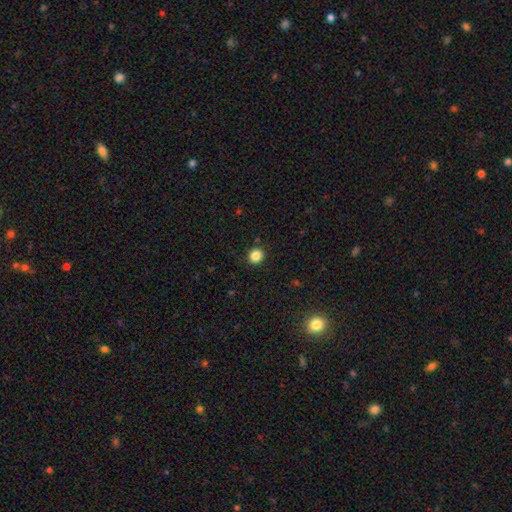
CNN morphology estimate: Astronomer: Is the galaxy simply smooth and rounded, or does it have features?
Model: smooth — 85%.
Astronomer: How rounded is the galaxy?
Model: round — 88%.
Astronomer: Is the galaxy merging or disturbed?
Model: none — 91%.